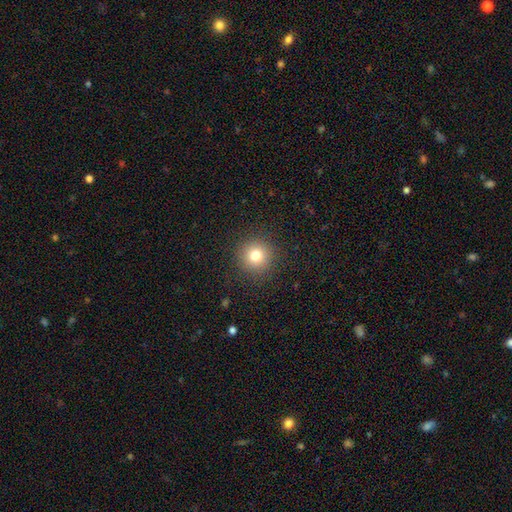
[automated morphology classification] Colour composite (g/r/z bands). It shows a smooth galaxy with no disk features (79%) that is round (95%). Merging: none (91%).